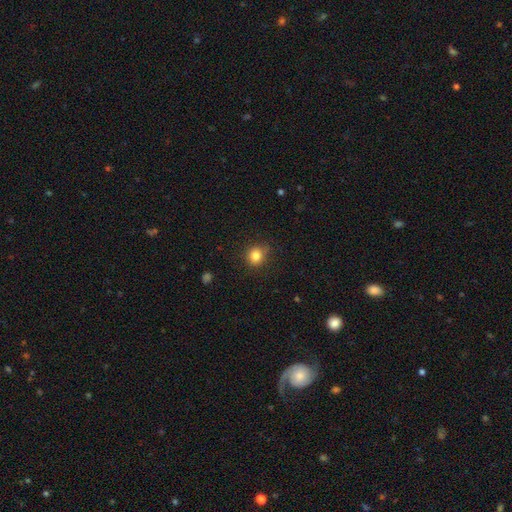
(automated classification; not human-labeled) Overall: smooth (83%). How rounded: round (83%). Merging: none (80%).